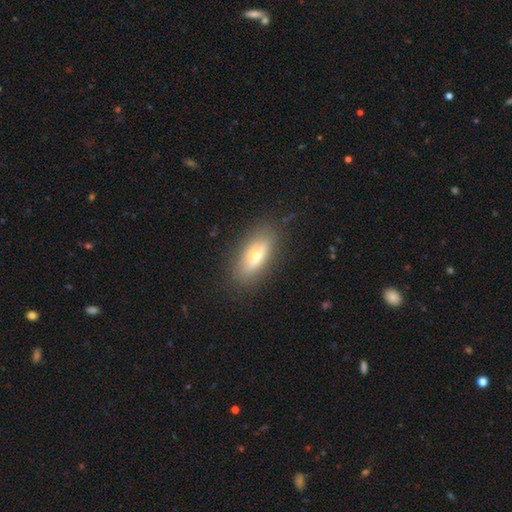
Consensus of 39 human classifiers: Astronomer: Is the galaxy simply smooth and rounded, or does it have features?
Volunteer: smooth — 64%.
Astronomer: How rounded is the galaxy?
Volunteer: in between — 64%.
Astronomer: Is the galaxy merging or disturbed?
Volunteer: none — 84%.